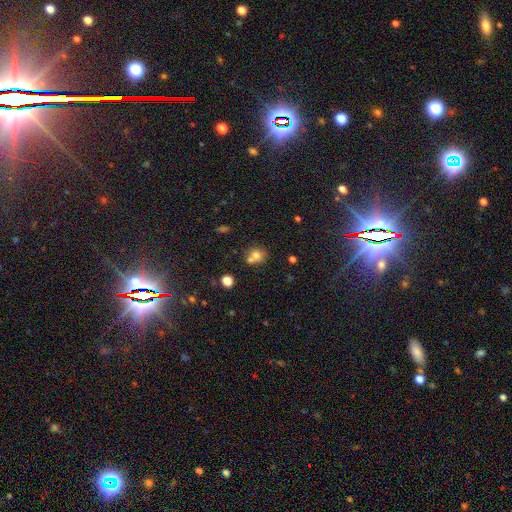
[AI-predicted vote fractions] Smooth or featured? smooth (72%)
How rounded? round (73%)
Merging? none (44%)